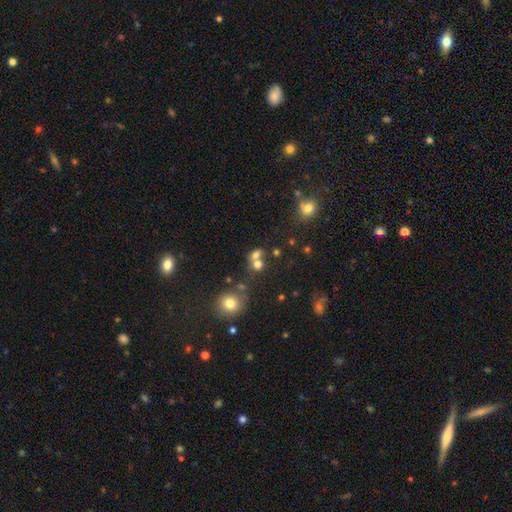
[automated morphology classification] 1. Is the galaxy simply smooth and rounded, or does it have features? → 69% smooth, 17% star or artifact, 14% featured or disk.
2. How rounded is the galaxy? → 64% round, 34% in between, 2% cigar-shaped.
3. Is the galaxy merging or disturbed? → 49% merger, 38% none, 9% minor disturbance, 5% major disturbance.